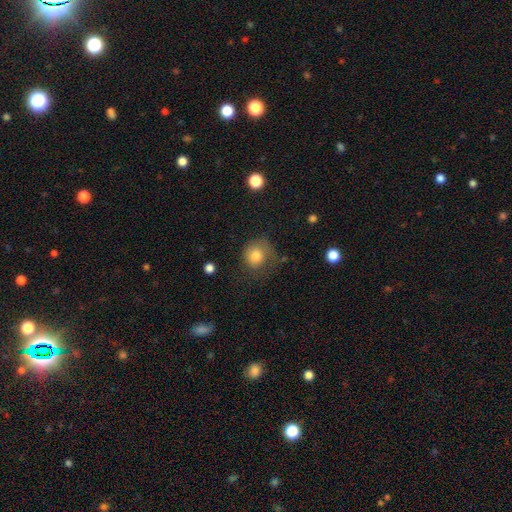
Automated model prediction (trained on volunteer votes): Morphology: type=smooth (79%); roundness=round (80%); merging=none (51%).